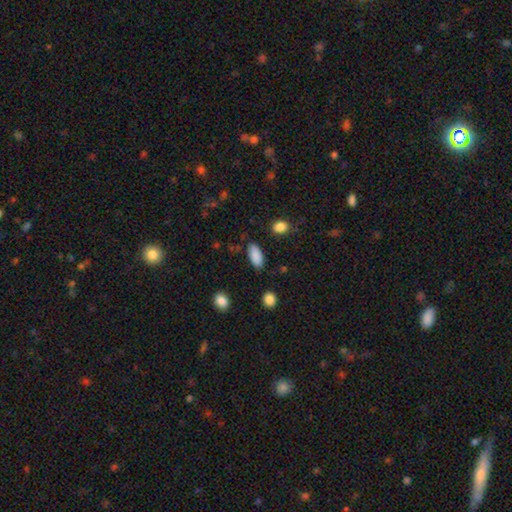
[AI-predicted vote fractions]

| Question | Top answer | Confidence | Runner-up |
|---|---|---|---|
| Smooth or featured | smooth | 88% | star or artifact (7%) |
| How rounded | in between | 90% | cigar-shaped (8%) |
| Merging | none | 83% | minor disturbance (12%) |